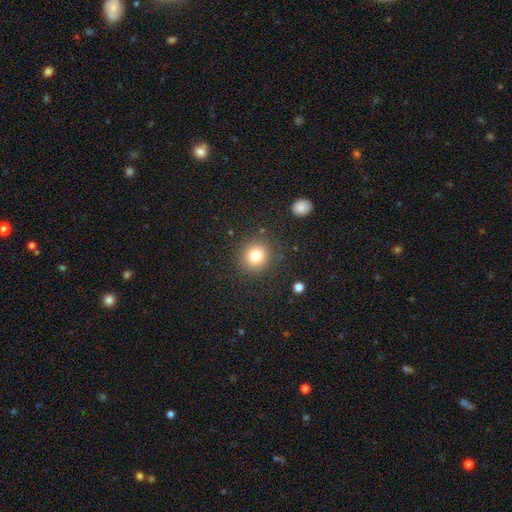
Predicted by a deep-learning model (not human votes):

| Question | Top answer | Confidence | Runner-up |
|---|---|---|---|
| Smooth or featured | smooth | 79% | star or artifact (13%) |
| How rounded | round | 91% | in between (8%) |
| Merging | none | 88% | minor disturbance (7%) |